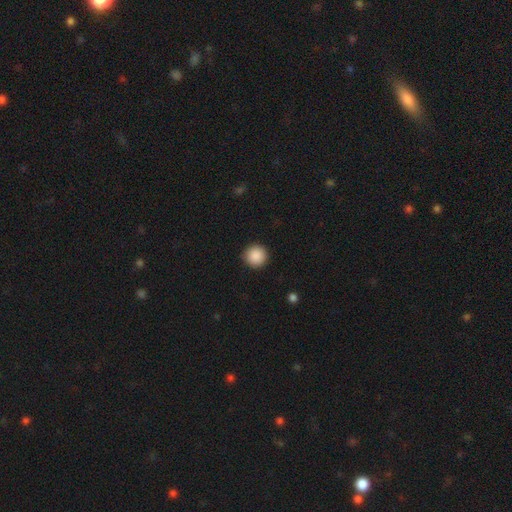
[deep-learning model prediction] smooth-or-featured: smooth: 89% | star or artifact: 8% | featured or disk: 3%
  how-rounded: round: 95% | in between: 4% | cigar-shaped: 1%
  merging: none: 92% | minor disturbance: 5% | major disturbance: 2% | merger: 1%